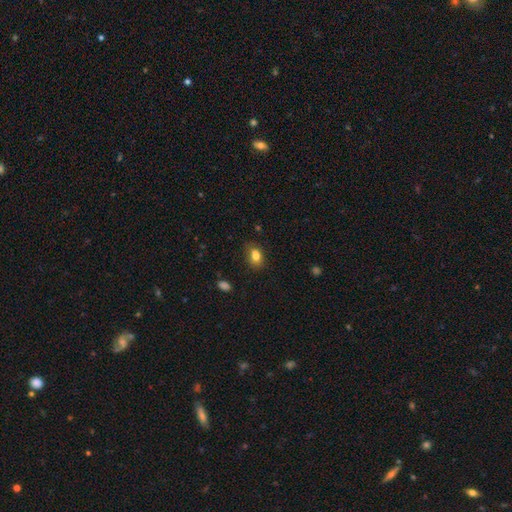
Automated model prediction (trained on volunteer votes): Smooth or featured? smooth (80%)
How rounded? in between (77%)
Merging? none (64%)